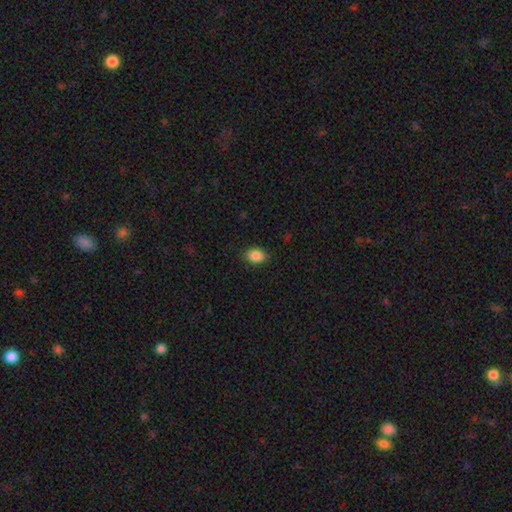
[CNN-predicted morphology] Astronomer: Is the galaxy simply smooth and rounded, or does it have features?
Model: smooth — 87%.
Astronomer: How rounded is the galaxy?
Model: in between — 74%.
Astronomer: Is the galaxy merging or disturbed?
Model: none — 87%.